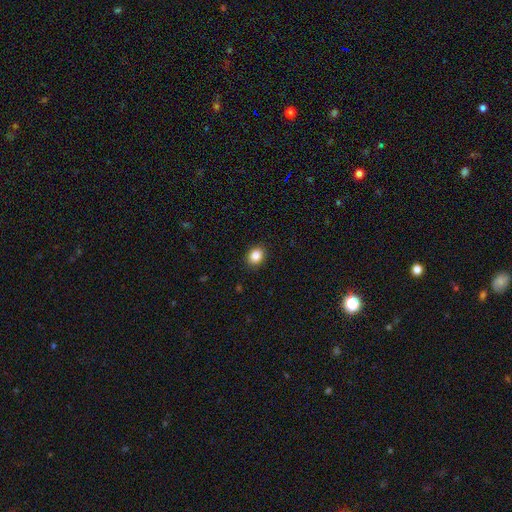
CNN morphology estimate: A smooth galaxy with no disk features (85%) that is round (52%). Merging: none (91%).